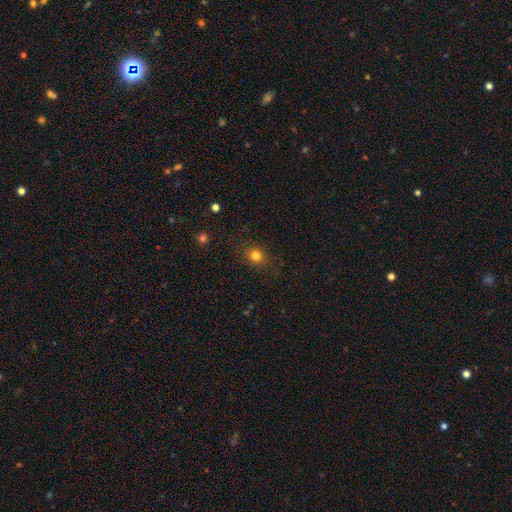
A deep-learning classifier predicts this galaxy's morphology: A smooth galaxy with no disk features (80%) that is round (75%). Merging: none (84%).